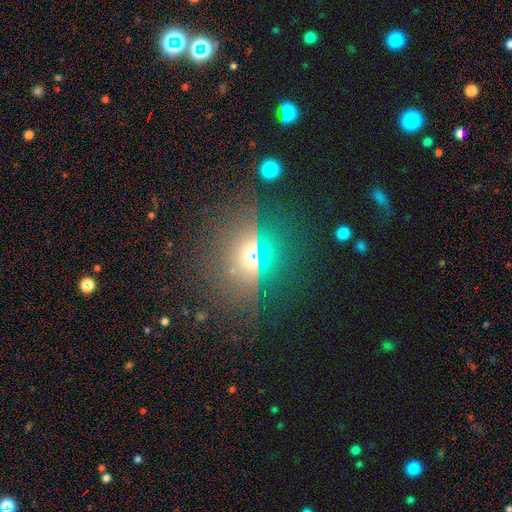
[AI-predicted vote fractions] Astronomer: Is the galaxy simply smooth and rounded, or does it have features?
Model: star or artifact — 41% (runner-up: smooth, 33%).